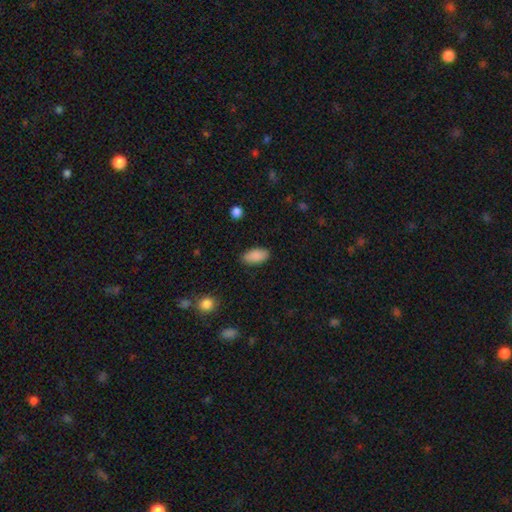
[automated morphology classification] smooth_or_featured: smooth (p=0.89) [alt: star or artifact p=0.07]
how_rounded: in between (p=0.93) [alt: cigar-shaped p=0.05]
merging: none (p=0.87) [alt: minor disturbance p=0.10]